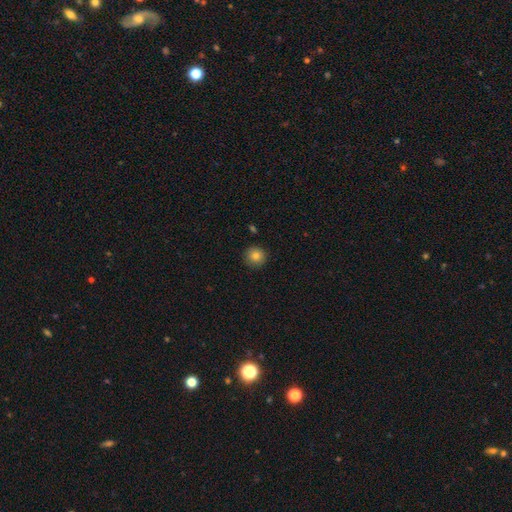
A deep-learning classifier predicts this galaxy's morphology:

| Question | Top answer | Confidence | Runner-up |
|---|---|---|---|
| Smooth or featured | smooth | 82% | star or artifact (11%) |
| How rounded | round | 94% | in between (5%) |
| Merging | none | 89% | minor disturbance (7%) |